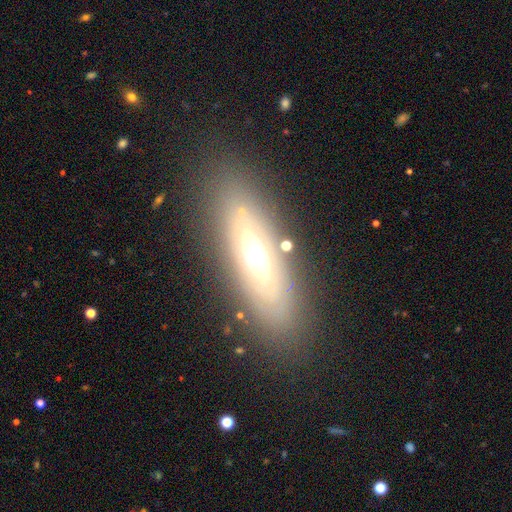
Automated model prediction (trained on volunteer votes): A featured or disk galaxy (62%).

Vote fractions:
- Smooth or featured? featured or disk: 62% / smooth: 29% / star or artifact: 9%
- Edge-on disk? no: 54% / yes: 46%
- Merging? none: 82% / minor disturbance: 11% / major disturbance: 5% / merger: 2%